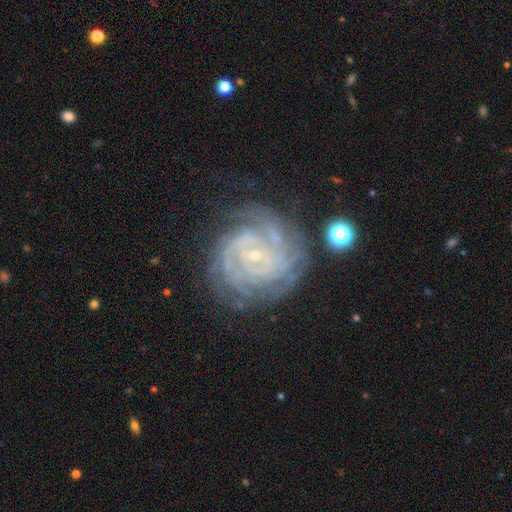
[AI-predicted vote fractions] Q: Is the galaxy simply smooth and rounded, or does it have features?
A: featured or disk — 87%.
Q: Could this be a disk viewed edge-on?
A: no — 97%.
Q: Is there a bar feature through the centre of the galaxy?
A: no — 60%.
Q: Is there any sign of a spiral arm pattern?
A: yes — 97%.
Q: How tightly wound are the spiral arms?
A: tight — 80%.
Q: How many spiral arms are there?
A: can't tell — 25%.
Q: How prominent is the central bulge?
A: small — 87%.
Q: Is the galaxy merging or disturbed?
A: none — 71%.